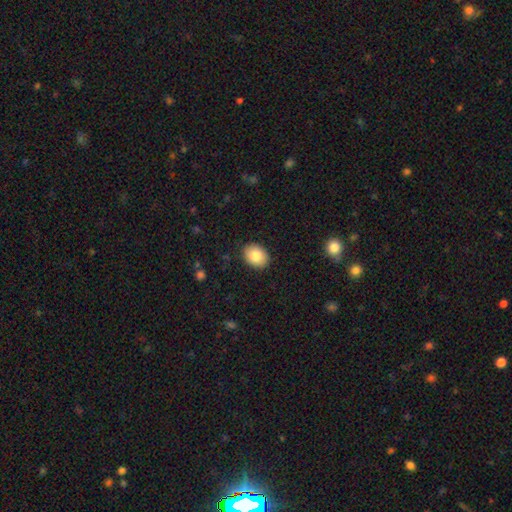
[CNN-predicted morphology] Smooth or featured: smooth — 83% (featured or disk — 9%)
How rounded: in between — 63% (round — 36%)
Merging: none — 89% (minor disturbance — 8%)